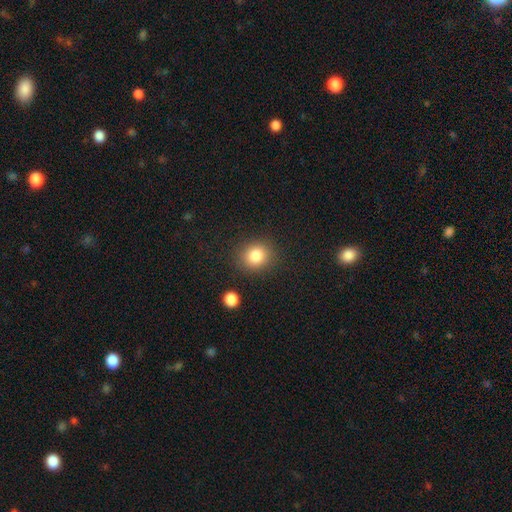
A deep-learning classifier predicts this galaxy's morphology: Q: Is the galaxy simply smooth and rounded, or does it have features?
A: smooth — 83%.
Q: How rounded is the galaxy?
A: round — 76%.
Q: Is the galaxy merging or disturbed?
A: none — 85%.